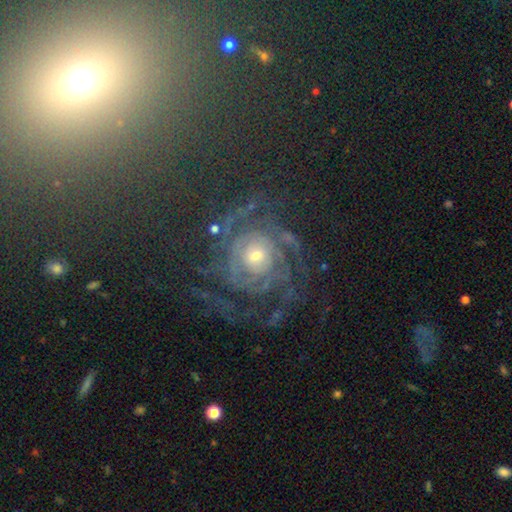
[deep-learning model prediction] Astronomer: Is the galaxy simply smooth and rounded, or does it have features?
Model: featured or disk — 82%.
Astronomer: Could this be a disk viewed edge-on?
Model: no — 97%.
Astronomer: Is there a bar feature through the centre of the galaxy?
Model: no — 77%.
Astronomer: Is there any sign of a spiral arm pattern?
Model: yes — 91%.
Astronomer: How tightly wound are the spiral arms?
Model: tight — 60%.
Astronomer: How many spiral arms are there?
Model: can't tell — 35% (runner-up: 2, 15%).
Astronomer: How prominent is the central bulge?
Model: small — 53% (runner-up: moderate, 39%).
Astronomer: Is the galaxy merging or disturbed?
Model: none — 65%.